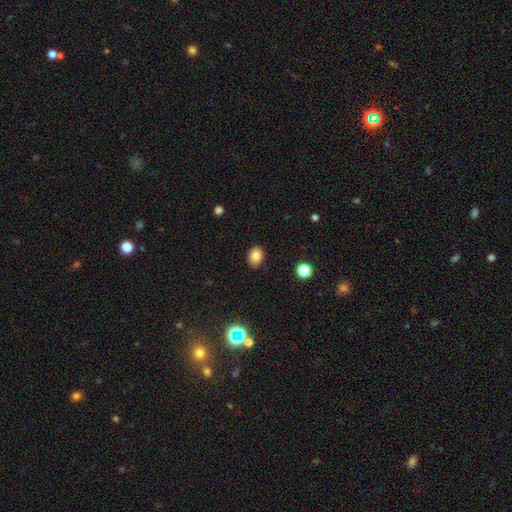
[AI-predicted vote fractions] Overall: smooth (86%). How rounded: in between (72%). Merging: none (87%).